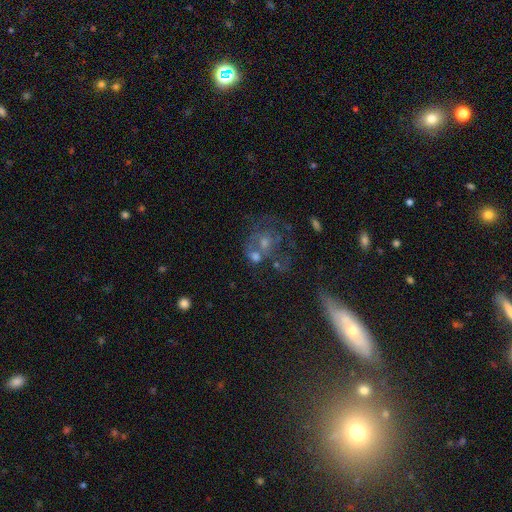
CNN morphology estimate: Q: Smooth or featured?
A: featured or disk (51%); runner-up: smooth (32%)
Q: Edge-on disk?
A: no (96%); runner-up: yes (4%)
Q: Merging?
A: none (33%); tied with: merger (33%)